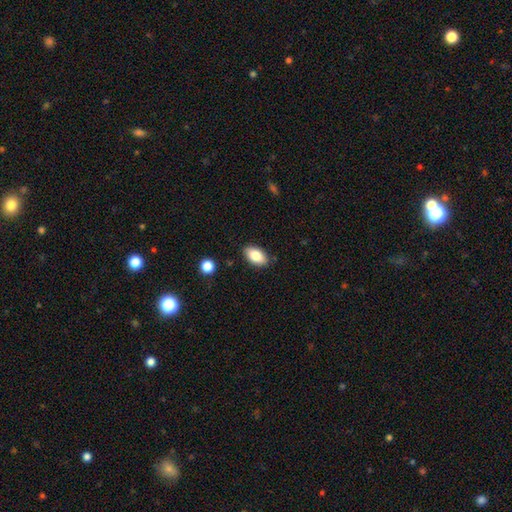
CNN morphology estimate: smooth 84%, featured or disk 9%, star or artifact 7%. Down the decision tree: how rounded — in between (93%); merging — none (86%).